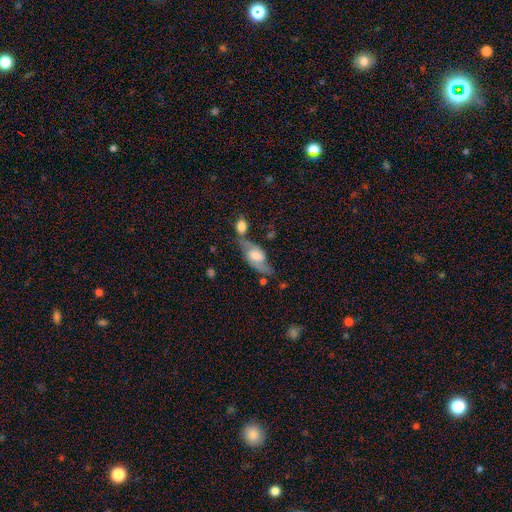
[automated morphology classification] Smooth or featured? Predicted: featured or disk (p=0.64). Edge-on disk? Predicted: no (p=0.85). Bar? Predicted: weak (p=0.44). Spiral arms? Predicted: yes (p=0.83). Bulge size? Predicted: moderate (p=0.44). Merging? Predicted: none (p=0.45).